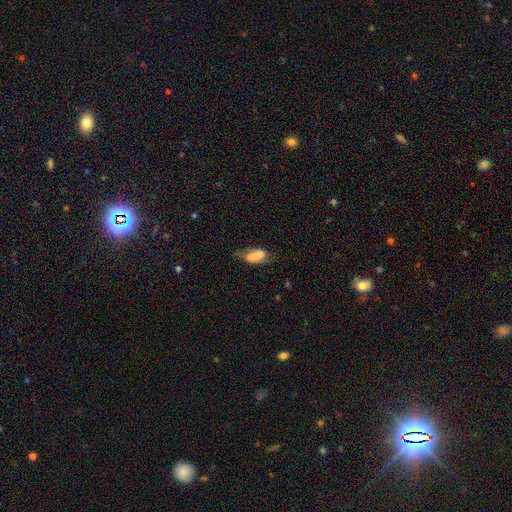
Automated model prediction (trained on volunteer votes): A smooth galaxy with no disk features (68%) that is in between round and cigar-shaped (86%).

Vote fractions:
- Smooth or featured? smooth: 68% / featured or disk: 23% / star or artifact: 8%
- How rounded? in between: 86% / cigar-shaped: 10% / round: 4%
- Merging? none: 45% / minor disturbance: 35% / major disturbance: 17% / merger: 4%